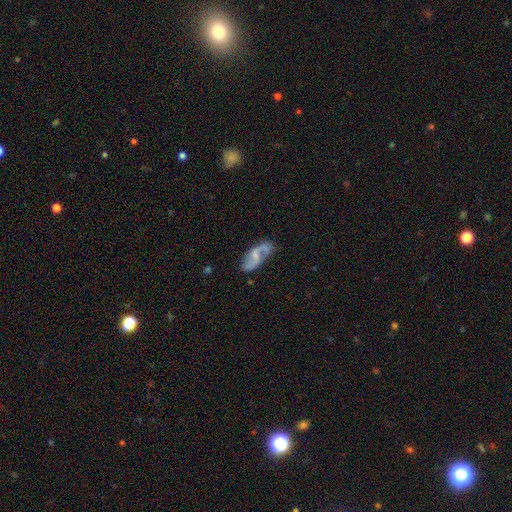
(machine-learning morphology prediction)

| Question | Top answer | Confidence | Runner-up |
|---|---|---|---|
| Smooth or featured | featured or disk | 73% | smooth (21%) |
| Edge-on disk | no | 94% | yes (6%) |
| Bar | no | 46% | weak (43%) |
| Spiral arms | yes | 90% | no (10%) |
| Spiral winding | loose | 57% | medium (33%) |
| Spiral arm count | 2 | 87% | can't tell (6%) |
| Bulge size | small | 51% | moderate (28%) |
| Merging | none | 63% | minor disturbance (22%) |